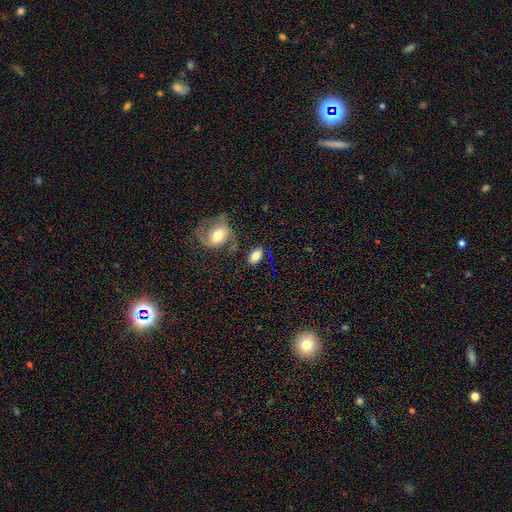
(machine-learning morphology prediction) The model was most divided on "merging": none: 70%, minor disturbance: 15%, merger: 8%, major disturbance: 6%. More confident: how rounded — in between (89%); smooth or featured — smooth (74%).